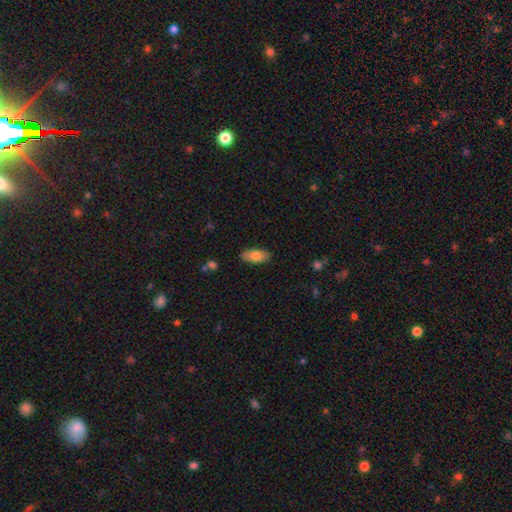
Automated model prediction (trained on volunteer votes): Q: Smooth or featured?
A: smooth (77%); runner-up: featured or disk (16%)
Q: How rounded?
A: in between (88%); runner-up: cigar-shaped (9%)
Q: Merging?
A: none (86%); runner-up: minor disturbance (11%)